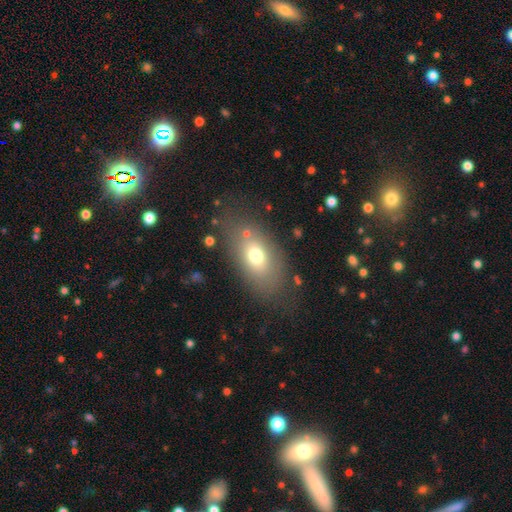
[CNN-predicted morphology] This is likely a smooth galaxy (69%). How rounded: clearly in between (81%). Merging: likely none (67%).